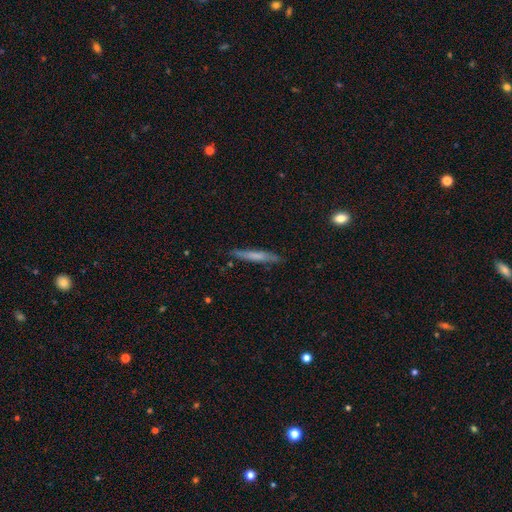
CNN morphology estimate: Q: Smooth or featured?
A: smooth (59%); runner-up: featured or disk (35%)
Q: How rounded?
A: cigar-shaped (94%); runner-up: in between (4%)
Q: Merging?
A: none (83%); runner-up: minor disturbance (13%)